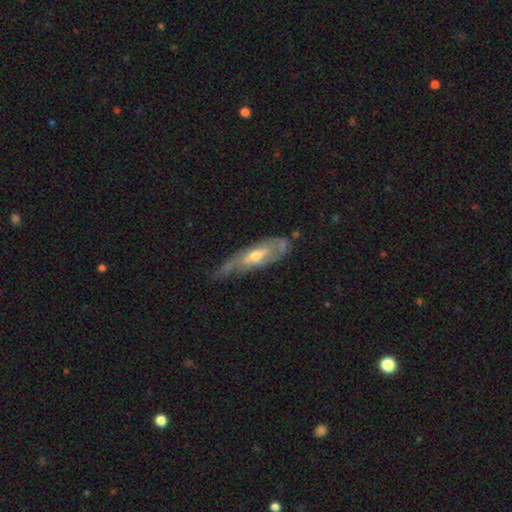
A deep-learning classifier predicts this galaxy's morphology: type=featured or disk (67%); edge-on=no (71%); merging=none (39%).